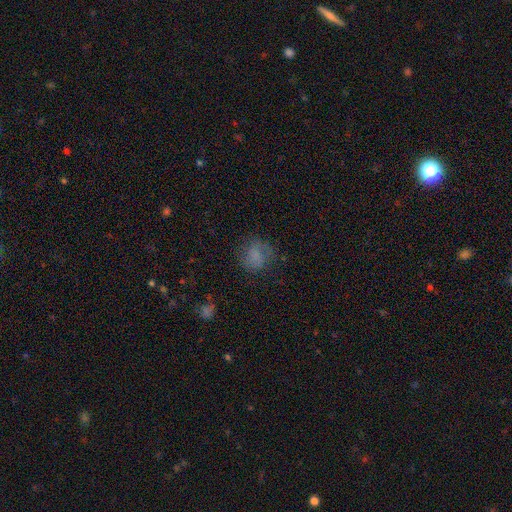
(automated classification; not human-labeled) Smooth or featured: smooth — 71% (featured or disk — 15%)
How rounded: round — 74% (in between — 25%)
Merging: none — 66% (minor disturbance — 21%)